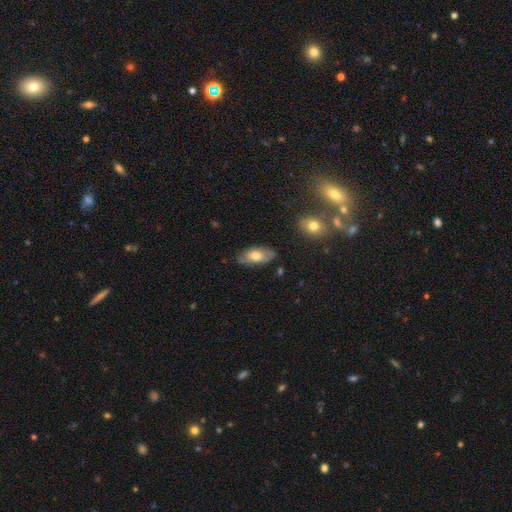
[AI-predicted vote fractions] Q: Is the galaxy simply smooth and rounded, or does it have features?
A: smooth — 64%.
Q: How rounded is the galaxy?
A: in between — 91%.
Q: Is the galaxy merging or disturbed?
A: none — 76%.